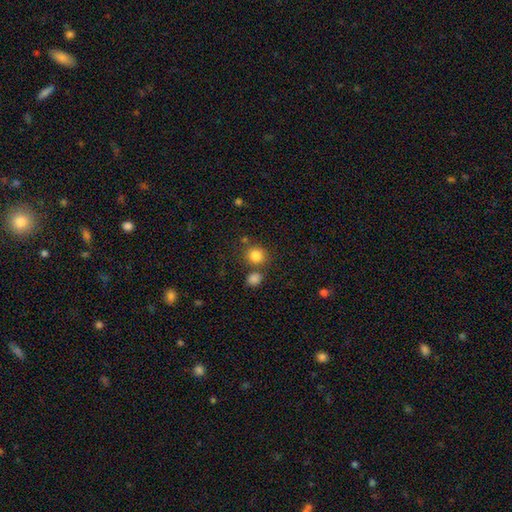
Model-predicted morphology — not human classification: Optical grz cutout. It shows a smooth galaxy with no disk features (83%) that is round (84%). Merging: none (71%).